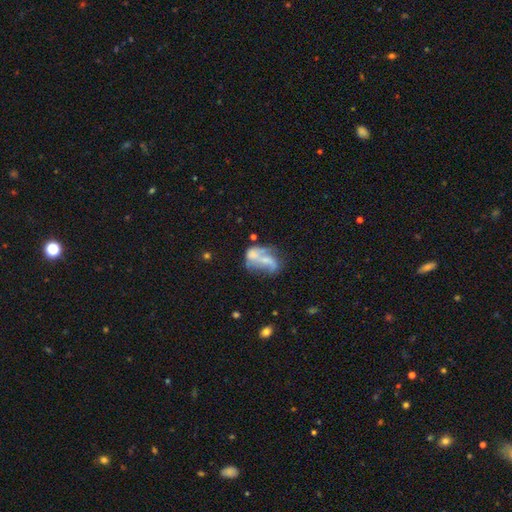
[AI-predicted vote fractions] Overall: featured or disk (58%; smooth 32%). Edge-on disk: no (97%). Bar: no (66%). Spiral arms: no (57%; yes 43%). Bulge size: none (47%; small 25%). Merging: merger (29%; major disturbance 27%).